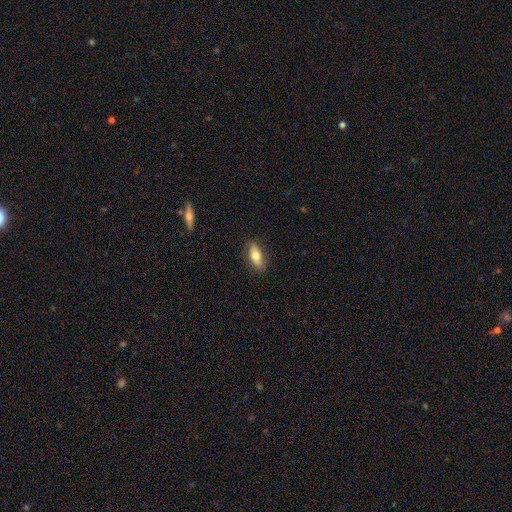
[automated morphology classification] Overall: smooth (66%; featured or disk 28%). How rounded: in between (75%). Merging: none (84%).